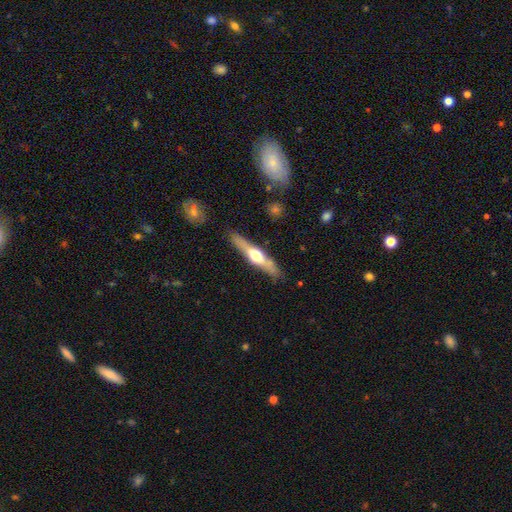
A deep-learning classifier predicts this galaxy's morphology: smooth_or_featured: featured or disk (p=0.61) [alt: smooth p=0.34]
disk_edge_on: yes (p=0.93) [alt: no p=0.07]
edge_on_bulge: rounded (p=0.91) [alt: boxy p=0.05]
merging: none (p=0.86) [alt: minor disturbance p=0.10]